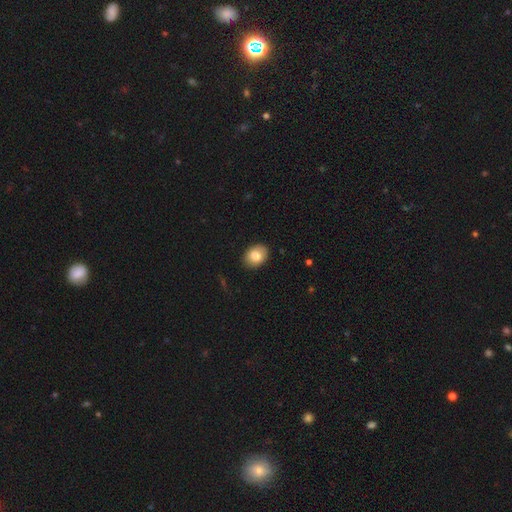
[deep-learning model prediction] A smooth galaxy with no disk features (82%) that is in between round and cigar-shaped (70%). Merging: none (89%).